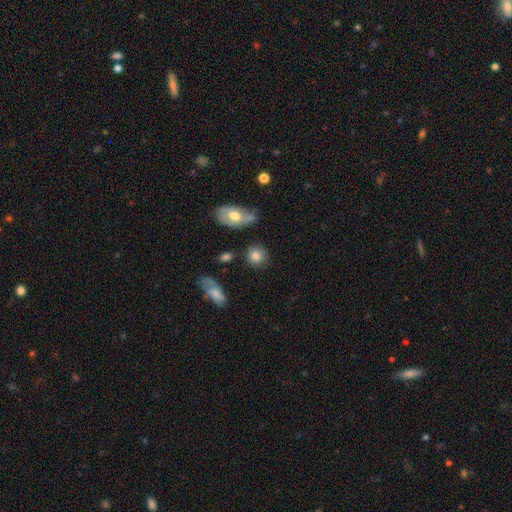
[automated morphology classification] Smooth or featured: smooth — 79% (featured or disk — 12%)
How rounded: round — 80% (in between — 18%)
Merging: none — 76% (minor disturbance — 14%)